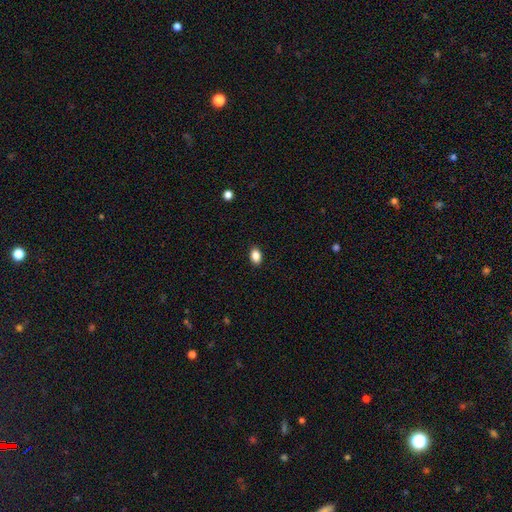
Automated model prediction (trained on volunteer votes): Morphology: type=smooth (87%); roundness=in between (83%); merging=none (90%).